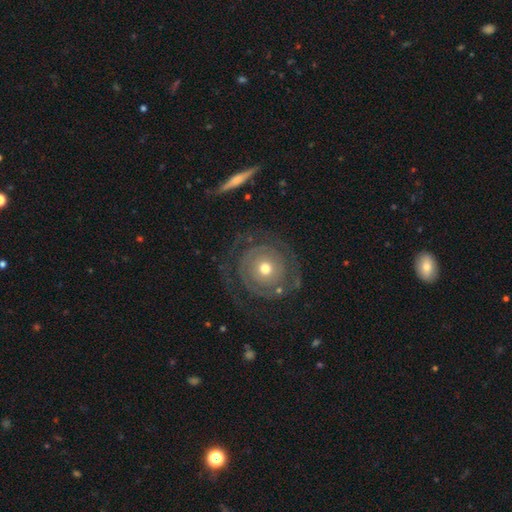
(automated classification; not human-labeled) Smooth or featured?
  - featured or disk: 79% *
  - smooth: 13%
  - star or artifact: 8%
Edge-on disk?
  - no: 96% *
  - yes: 4%
Bar?
  - no: 84% *
  - weak: 12%
  - strong: 4%
Spiral arms?
  - yes: 85% *
  - no: 15%
Spiral winding?
  - tight: 78% *
  - medium: 16%
  - loose: 6%
Spiral arm count?
  - 2: 35% *
  - can't tell: 34%
  - 3: 12%
  - 1: 9%
  - 4: 6%
  - more than 4: 5%
Bulge size?
  - moderate: 62% *
  - small: 31%
  - large: 5%
  - dominant: 1%
  - none: 1%
Merging?
  - none: 76% *
  - minor disturbance: 13%
  - major disturbance: 10%
  - merger: 2%